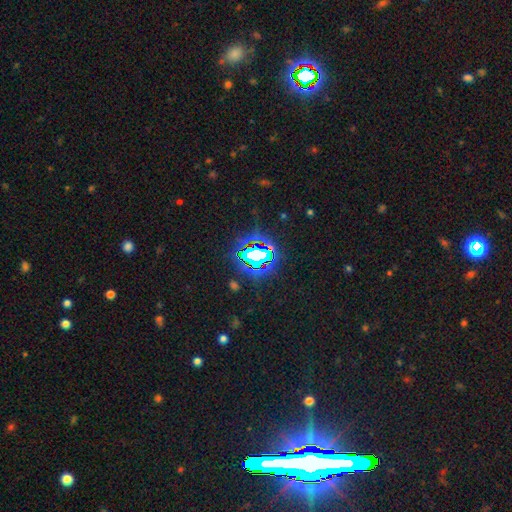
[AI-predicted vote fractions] Q: Smooth or featured?
A: star or artifact (75%); runner-up: smooth (13%)